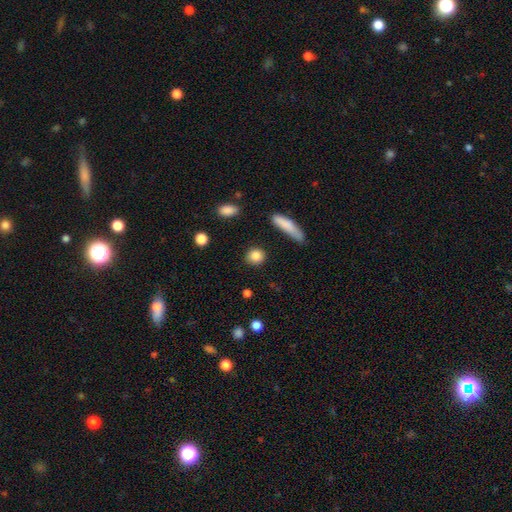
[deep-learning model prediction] Smooth or featured? smooth (86%)
How rounded? round (78%)
Merging? none (86%)